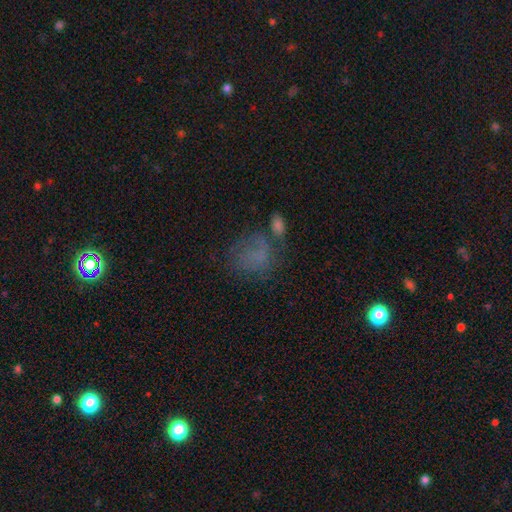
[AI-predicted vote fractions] Smooth or featured: smooth — 58% (featured or disk — 25%)
How rounded: round — 49% (tied with in between — 49%)
Merging: none — 39% (major disturbance — 23%)